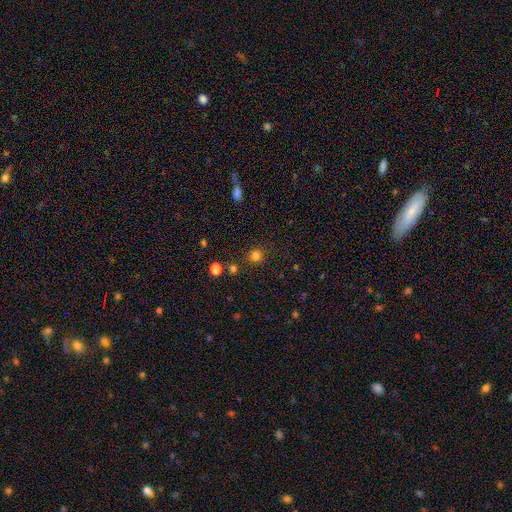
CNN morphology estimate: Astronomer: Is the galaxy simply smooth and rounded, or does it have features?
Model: smooth — 80%.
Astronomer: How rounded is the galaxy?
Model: round — 92%.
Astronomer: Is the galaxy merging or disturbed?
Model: none — 86%.